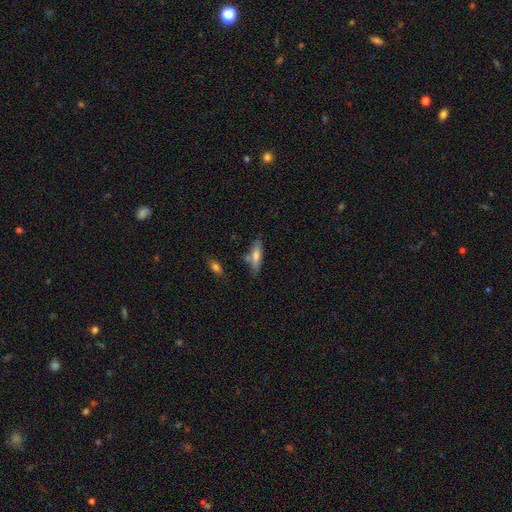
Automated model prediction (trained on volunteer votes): Smooth or featured? smooth (71%)
How rounded? in between (49%, tied with cigar-shaped)
Merging? none (67%)